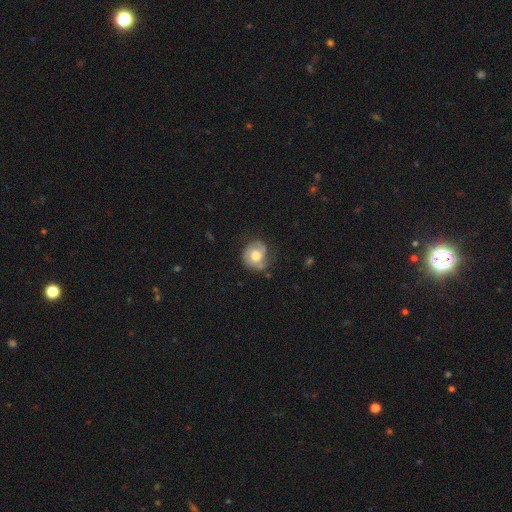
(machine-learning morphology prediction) Smooth or featured? featured or disk (55%)
Edge-on disk? no (97%)
Bar? no (74%)
Spiral arms? yes (82%)
Bulge size? moderate (62%)
Merging? none (62%)